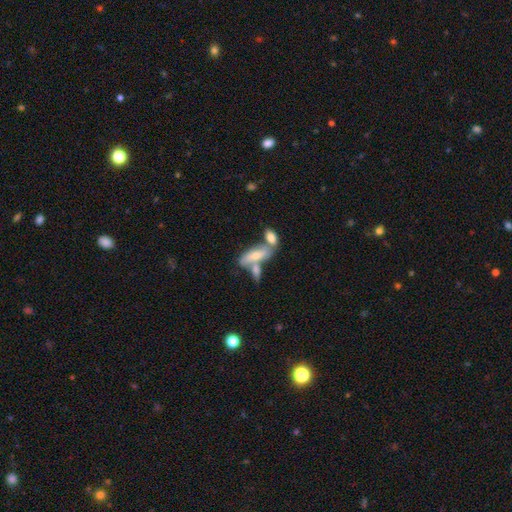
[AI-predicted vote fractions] This appears to be a smooth galaxy with no disk features (58%) that is in between round and cigar-shaped (68%). Merging: merger (48%).